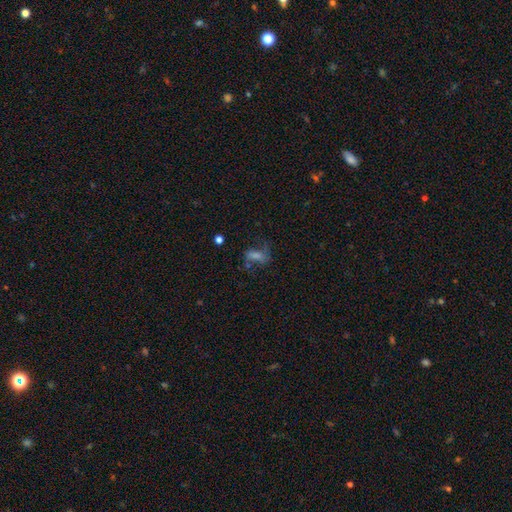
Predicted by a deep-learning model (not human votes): Q: Smooth or featured?
A: featured or disk (44%); runner-up: smooth (32%)
Q: Merging?
A: none (53%); runner-up: major disturbance (22%)